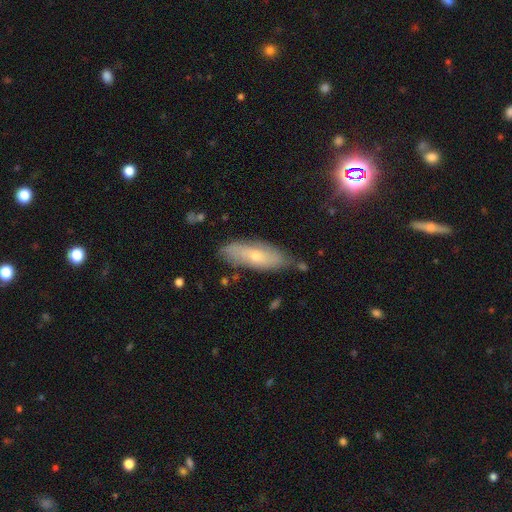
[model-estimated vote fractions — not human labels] This appears to be a smooth galaxy with no disk features (47%). Merging: none (72%).